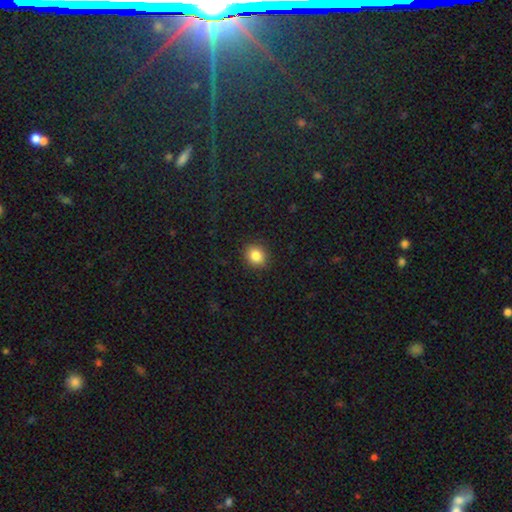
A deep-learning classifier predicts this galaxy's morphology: A smooth galaxy with no disk features (84%) that is round (72%).

Vote fractions:
- Smooth or featured? smooth: 84% / star or artifact: 10% / featured or disk: 5%
- How rounded? round: 72% / in between: 27% / cigar-shaped: 1%
- Merging? none: 91% / minor disturbance: 6% / major disturbance: 2% / merger: 1%